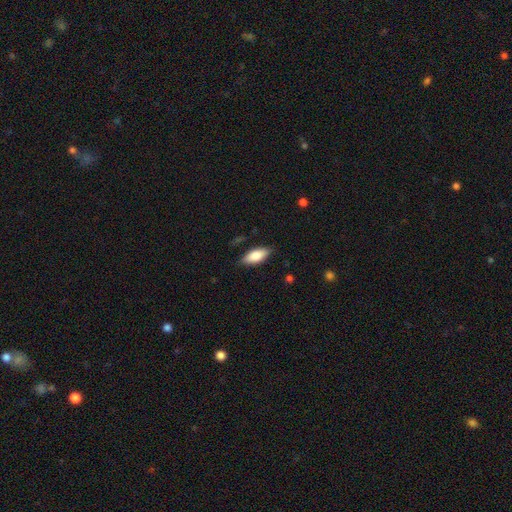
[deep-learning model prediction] Smooth or featured? Predicted: smooth (p=0.82). How rounded? Predicted: in between (p=0.83). Merging? Predicted: none (p=0.83).